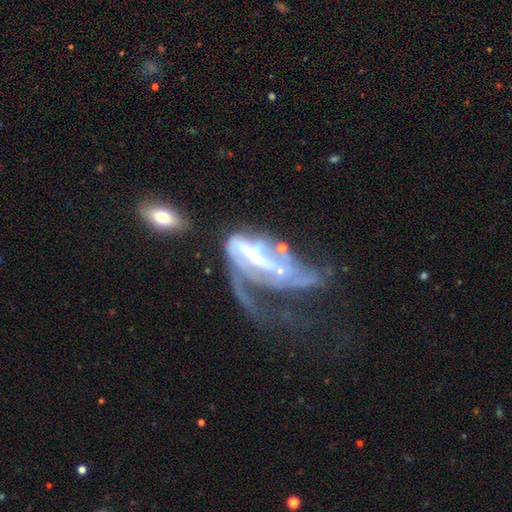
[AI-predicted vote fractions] Morphology: type=featured or disk (76%); edge-on=no (92%); bar=no (45%); spiral arms=yes (63%); bulge=small (44%); merging=major disturbance (53%).